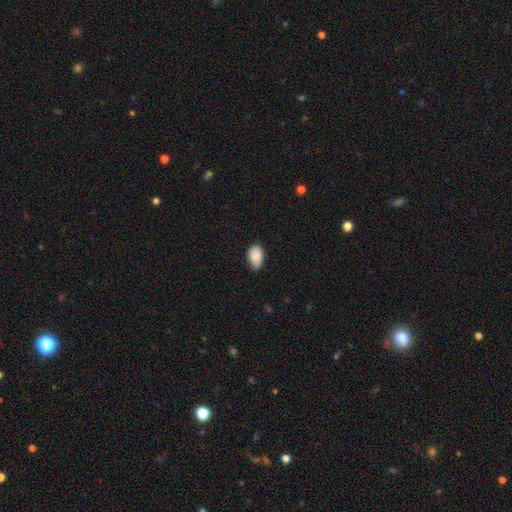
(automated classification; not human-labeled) smooth-or-featured: smooth: 87% | star or artifact: 7% | featured or disk: 6%
  how-rounded: in between: 89% | round: 9% | cigar-shaped: 1%
  merging: none: 53% | minor disturbance: 41% | major disturbance: 5% | merger: 1%